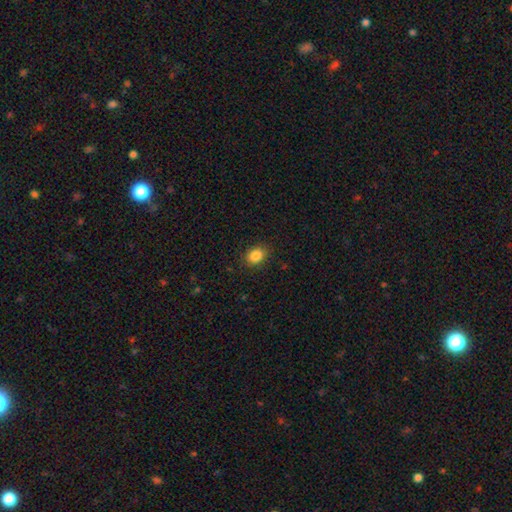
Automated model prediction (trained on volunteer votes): smooth-or-featured: smooth: 86% | star or artifact: 9% | featured or disk: 5%
  how-rounded: in between: 64% | round: 35% | cigar-shaped: 1%
  merging: none: 87% | minor disturbance: 9% | major disturbance: 3% | merger: 1%